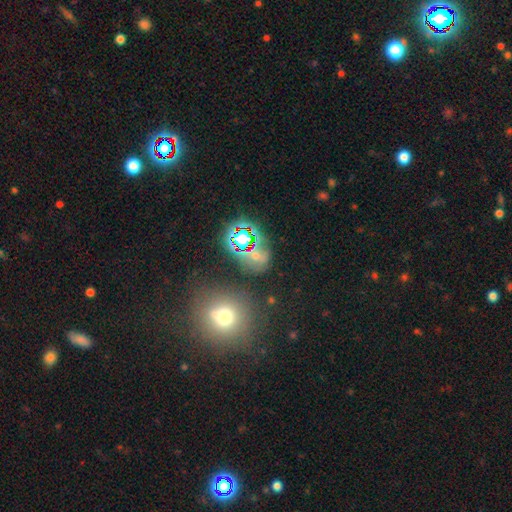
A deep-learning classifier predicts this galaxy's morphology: A star or artifact, not a galaxy (51%).